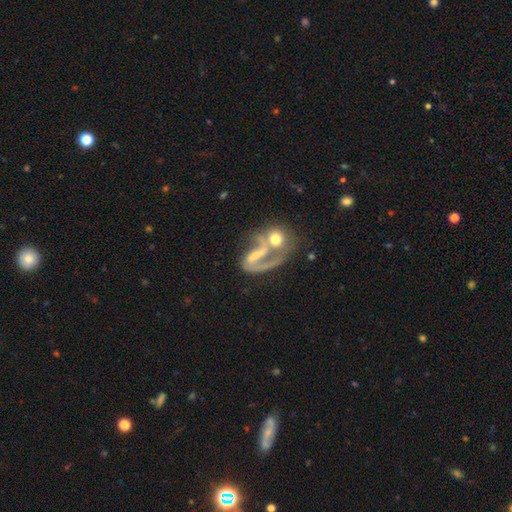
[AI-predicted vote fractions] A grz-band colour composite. It shows a featured or disk galaxy (70%) with no bar (37%), 1 (46%) loose (50%) spiral arms (78%) and a small central bulge (42%). Merging: merger (49%).